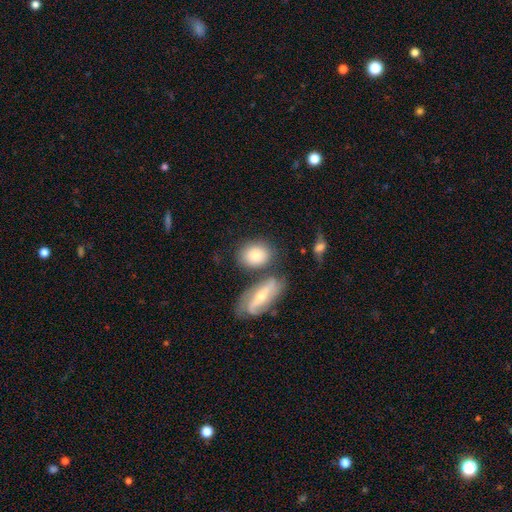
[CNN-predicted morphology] smooth 75%, featured or disk 18%, star or artifact 7%. Down the decision tree: how rounded — in between (52%); merging — none (60%).